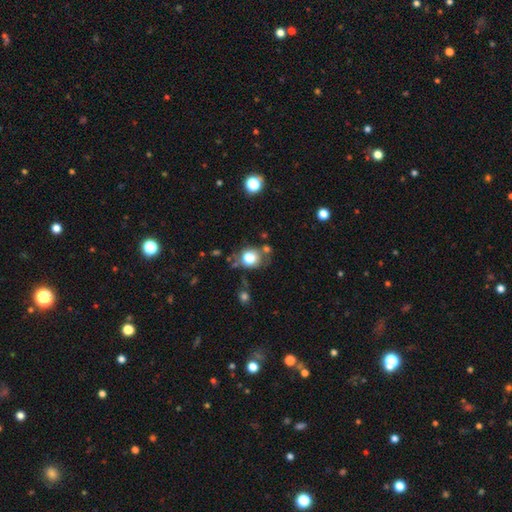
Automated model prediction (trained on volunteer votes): smooth 76%, star or artifact 13%, featured or disk 12%. Down the decision tree: how rounded — round (78%); merging — none (67%).